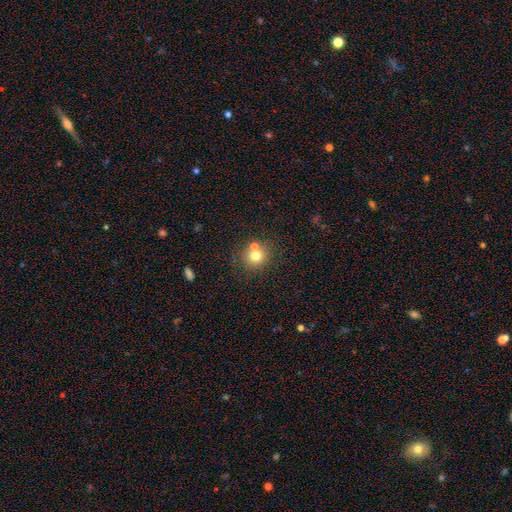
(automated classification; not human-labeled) This is likely a smooth galaxy (73%). How rounded: clearly round (86%). Merging: likely none (65%).